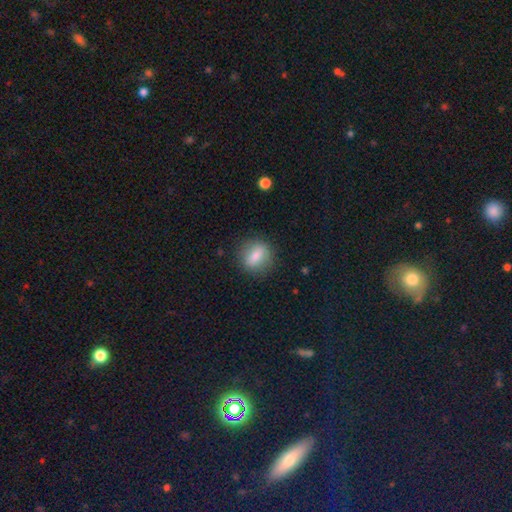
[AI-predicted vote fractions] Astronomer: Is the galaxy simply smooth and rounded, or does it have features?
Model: smooth — 72%.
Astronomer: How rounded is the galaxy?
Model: round — 50% (runner-up: in between, 42%).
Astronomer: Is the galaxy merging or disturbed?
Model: none — 86%.